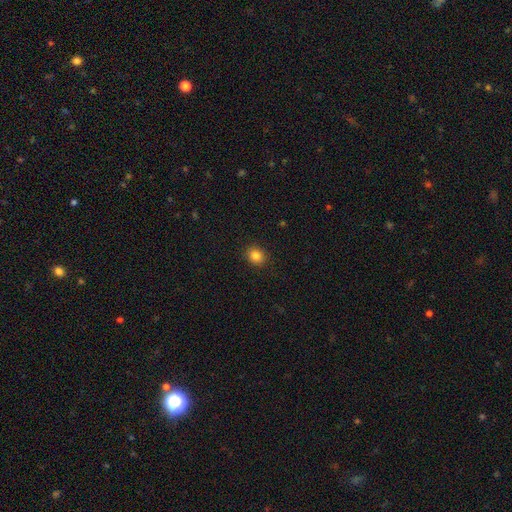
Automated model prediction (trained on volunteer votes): smooth_or_featured: smooth (p=0.84) [alt: star or artifact p=0.11]
how_rounded: round (p=0.70) [alt: in between p=0.29]
merging: none (p=0.91) [alt: minor disturbance p=0.06]